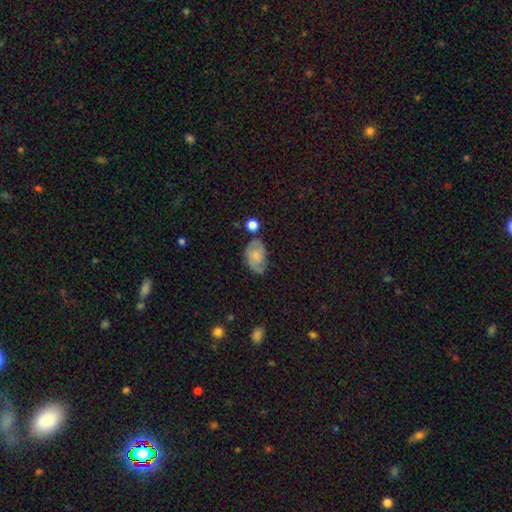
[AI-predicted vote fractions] A featured or disk galaxy (56%) with no bar (64%), spiral arms (86%) and a small central bulge (37%).

Vote fractions:
- Smooth or featured? featured or disk: 56% / smooth: 36% / star or artifact: 8%
- Edge-on disk? no: 96% / yes: 4%
- Bar? no: 64% / weak: 31% / strong: 5%
- Spiral arms? yes: 86% / no: 14%
- Bulge size? small: 37% / none: 31% / moderate: 23% / large: 7% / dominant: 2%
- Merging? none: 60% / minor disturbance: 25% / major disturbance: 8% / merger: 6%